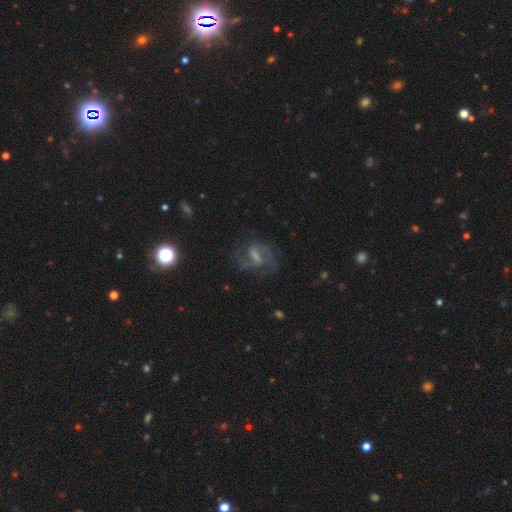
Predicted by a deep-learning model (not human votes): featured or disk 73%, star or artifact 14%, smooth 13%. Down the decision tree: edge-on disk — no (95%); bar — weak (45%); spiral arms — yes (90%); spiral arm count — 2 (77%); spiral winding — medium (52%); bulge size — small (37%); merging — none (70%).